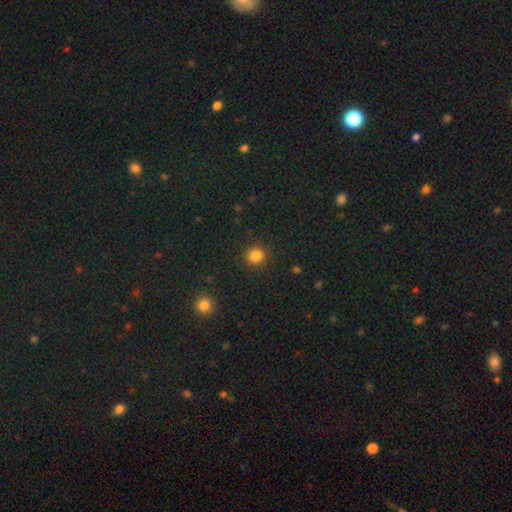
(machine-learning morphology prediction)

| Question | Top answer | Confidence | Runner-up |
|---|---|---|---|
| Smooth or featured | smooth | 84% | star or artifact (12%) |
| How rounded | round | 91% | in between (8%) |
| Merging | none | 91% | minor disturbance (6%) |